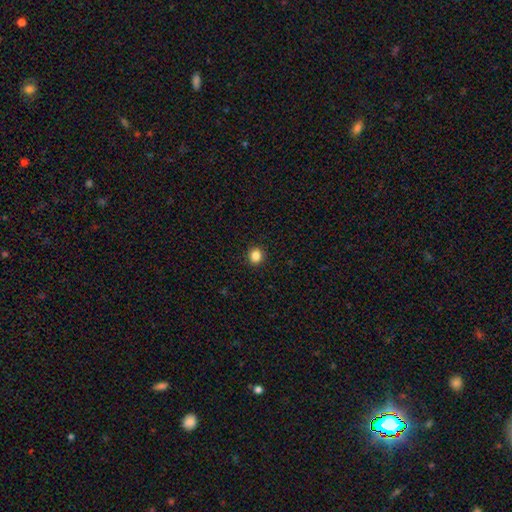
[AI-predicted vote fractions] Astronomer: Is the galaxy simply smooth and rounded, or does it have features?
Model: smooth — 85%.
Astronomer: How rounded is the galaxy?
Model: round — 81%.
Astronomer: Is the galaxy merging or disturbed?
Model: none — 92%.